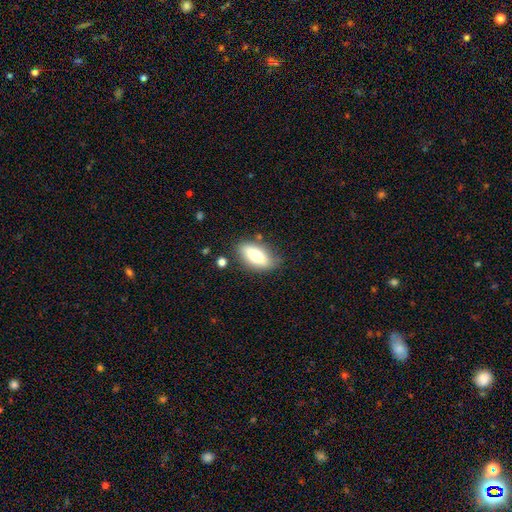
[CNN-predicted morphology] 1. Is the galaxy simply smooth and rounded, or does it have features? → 70% smooth, 22% featured or disk, 7% star or artifact.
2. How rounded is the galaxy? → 88% in between, 7% cigar-shaped, 5% round.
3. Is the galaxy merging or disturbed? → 77% none, 16% minor disturbance, 4% major disturbance, 3% merger.